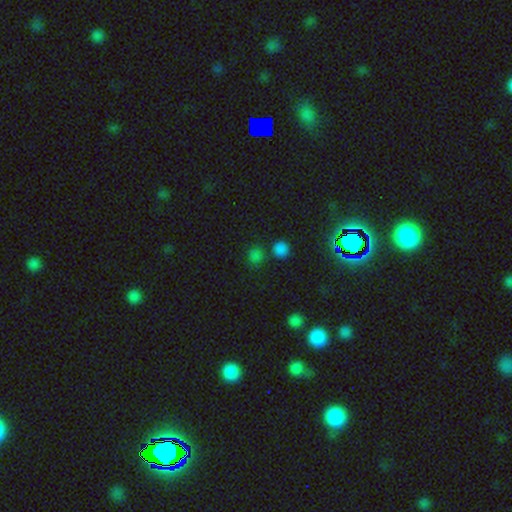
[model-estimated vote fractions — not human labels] A smooth galaxy with no disk features (65%) that is round (86%). Merging: none (73%).